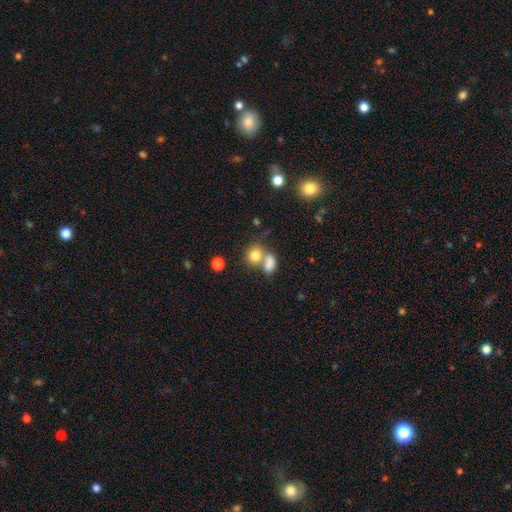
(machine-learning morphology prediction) A smooth galaxy with no disk features (80%) that is round (64%). Merging: merger (47%).